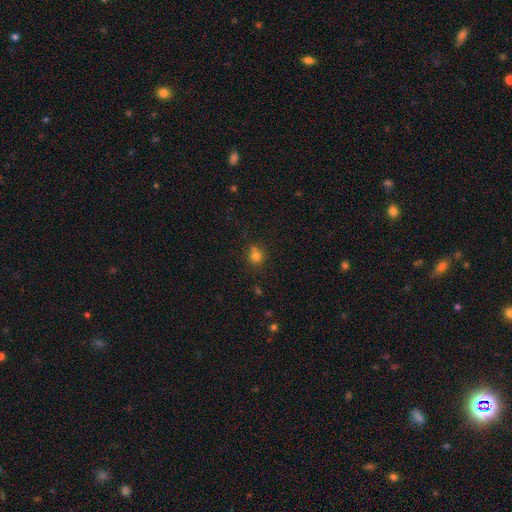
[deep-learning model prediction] The model was most divided on "merging": none: 64%, minor disturbance: 16%, merger: 16%, major disturbance: 5%. More confident: how rounded — round (83%); smooth or featured — smooth (78%).